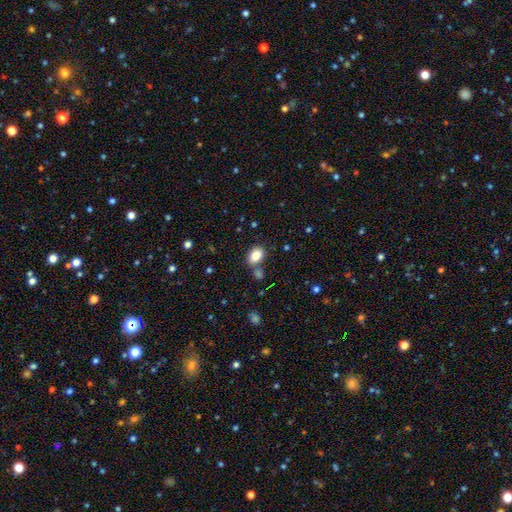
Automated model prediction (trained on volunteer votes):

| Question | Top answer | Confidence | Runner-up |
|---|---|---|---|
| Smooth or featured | smooth | 84% | star or artifact (9%) |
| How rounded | in between | 77% | round (21%) |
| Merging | none | 69% | merger (15%) |